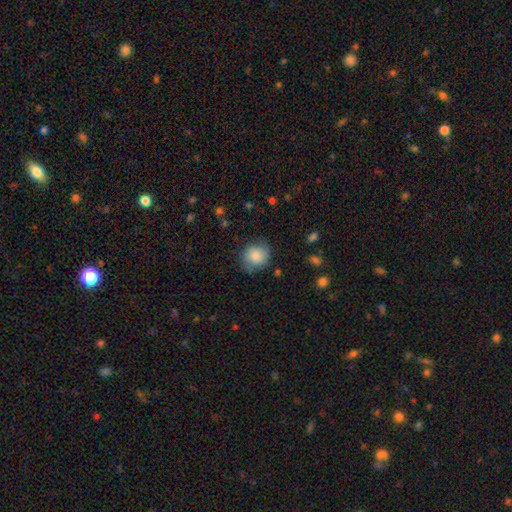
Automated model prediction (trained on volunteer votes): smooth_or_featured: smooth (p=0.81) [alt: featured or disk p=0.11]
how_rounded: round (p=0.80) [alt: in between p=0.20]
merging: none (p=0.74) [alt: minor disturbance p=0.19]